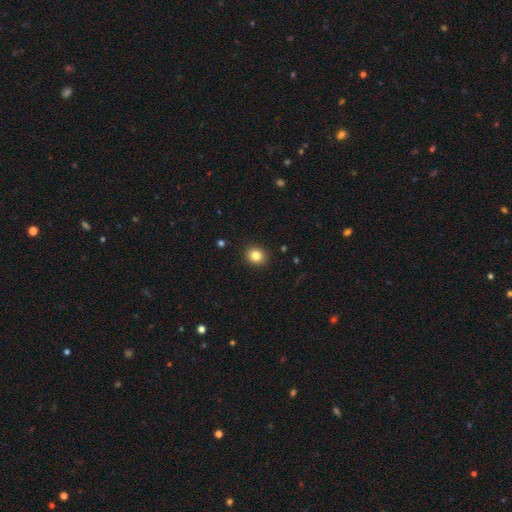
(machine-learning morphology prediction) This appears to be a smooth galaxy with no disk features (83%) that is round (80%). Merging: none (91%).